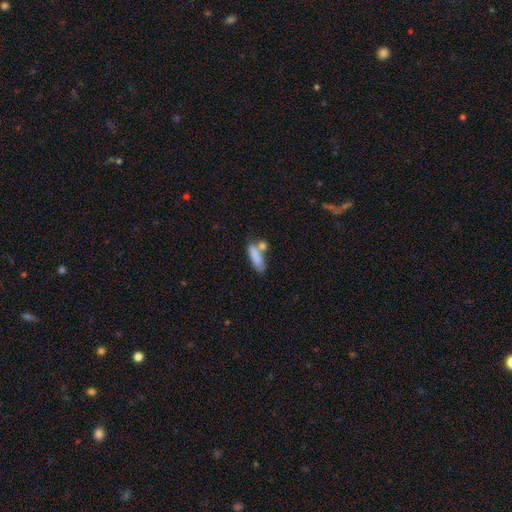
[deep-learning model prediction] The model was most divided on "how rounded": cigar-shaped: 52%, in between: 46%, round: 3%. Remaining: smooth or featured — smooth (81%); merging — none (49%).